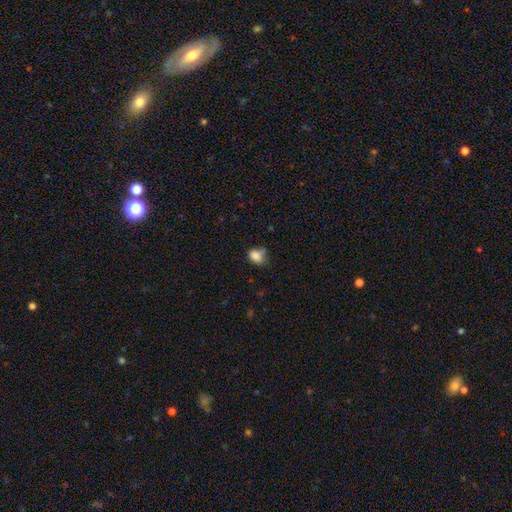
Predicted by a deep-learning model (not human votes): smooth_or_featured: smooth (p=0.83) [alt: star or artifact p=0.10]
how_rounded: in between (p=0.68) [alt: round p=0.31]
merging: none (p=0.51) [alt: minor disturbance p=0.30]